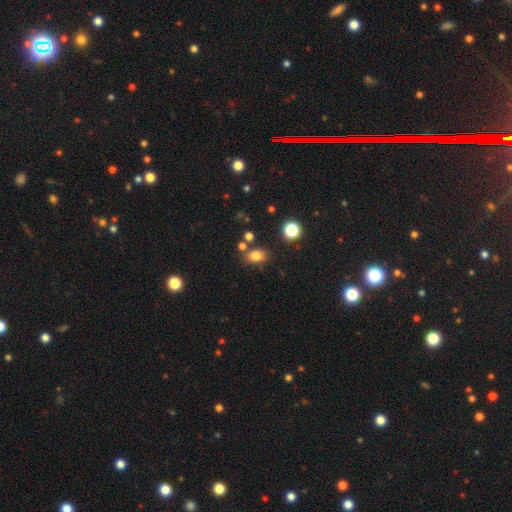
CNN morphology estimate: Smooth or featured? smooth (78%)
How rounded? in between (66%)
Merging? none (74%)